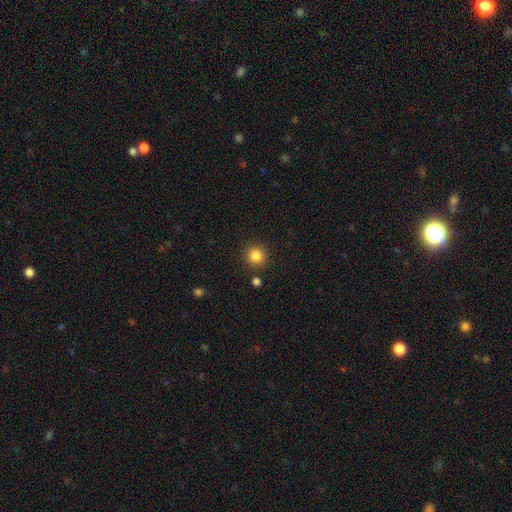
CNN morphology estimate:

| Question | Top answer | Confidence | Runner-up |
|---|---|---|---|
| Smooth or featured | smooth | 84% | star or artifact (12%) |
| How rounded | round | 94% | in between (5%) |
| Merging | none | 89% | minor disturbance (6%) |